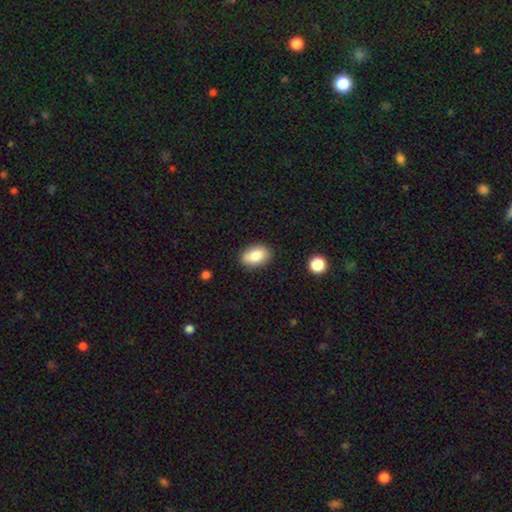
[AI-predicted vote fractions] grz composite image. It shows a smooth galaxy with no disk features (83%) that is in between round and cigar-shaped (86%). Merging: none (82%).